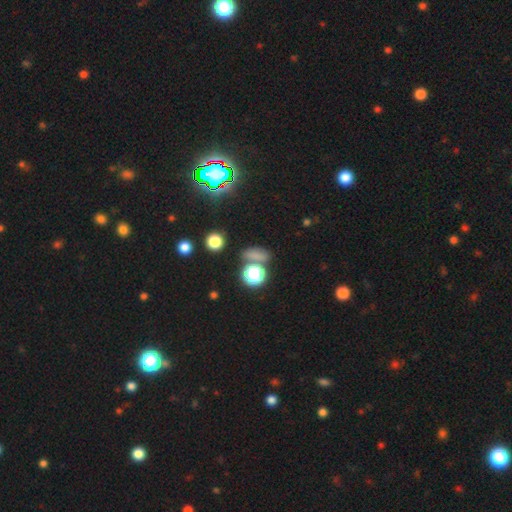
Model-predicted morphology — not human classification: Smooth or featured? Predicted: smooth (p=0.63). How rounded? Predicted: round (p=0.45). Merging? Predicted: none (p=0.64).